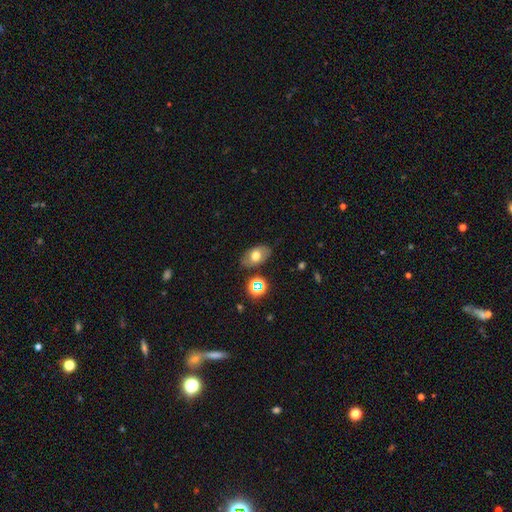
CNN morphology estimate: type=smooth (63%); roundness=in between (86%); merging=none (81%).